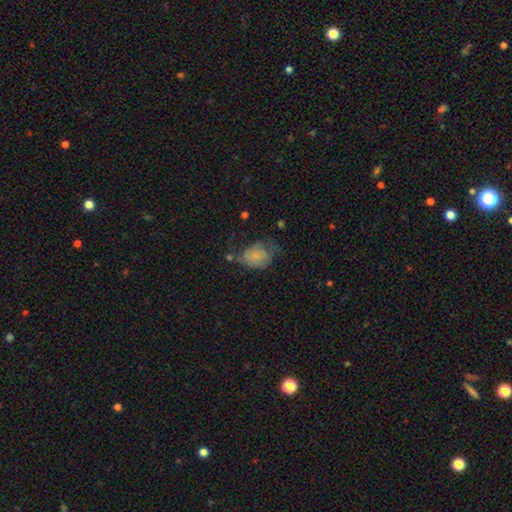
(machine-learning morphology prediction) type=smooth (62%); roundness=in between (65%); merging=none (35%).